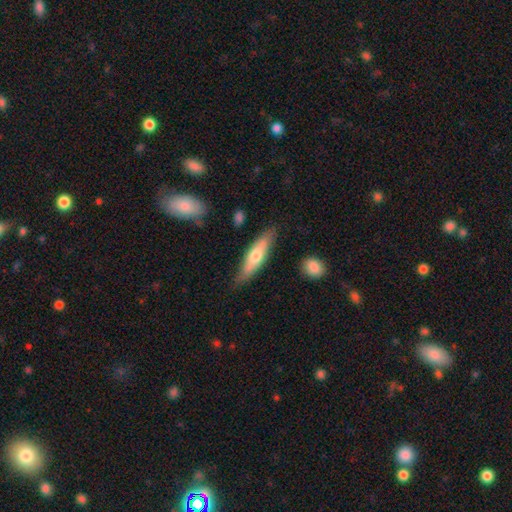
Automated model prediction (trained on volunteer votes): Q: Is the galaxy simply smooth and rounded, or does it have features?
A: smooth — 57%.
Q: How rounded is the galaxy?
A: cigar-shaped — 70%.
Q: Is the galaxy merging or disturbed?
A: none — 78%.